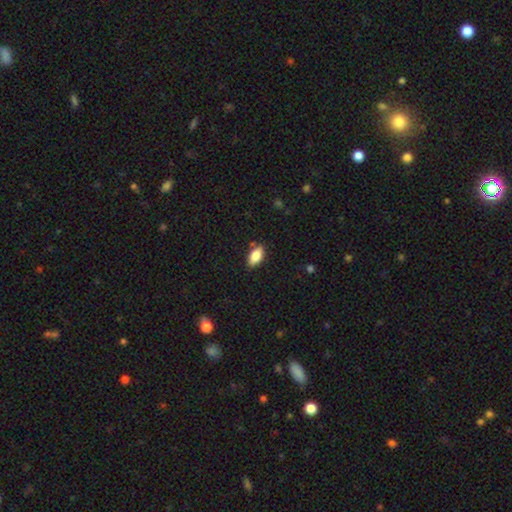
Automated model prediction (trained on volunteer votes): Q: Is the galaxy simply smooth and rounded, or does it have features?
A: smooth — 81%.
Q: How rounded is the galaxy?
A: in between — 89%.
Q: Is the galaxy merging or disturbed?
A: none — 85%.